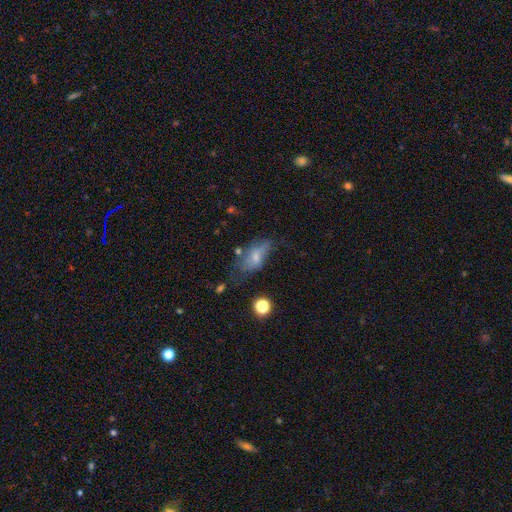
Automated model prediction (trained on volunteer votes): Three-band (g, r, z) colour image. It shows a smooth galaxy with no disk features (49%). Merging: none (43%).